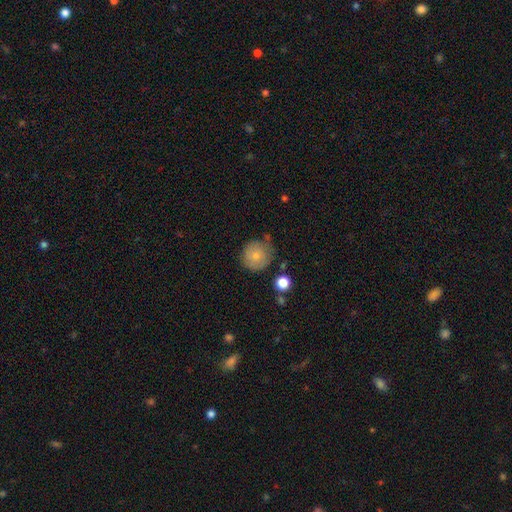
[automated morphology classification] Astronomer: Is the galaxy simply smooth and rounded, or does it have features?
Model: smooth — 76%.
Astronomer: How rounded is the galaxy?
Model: round — 92%.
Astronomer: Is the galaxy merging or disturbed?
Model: none — 68%.